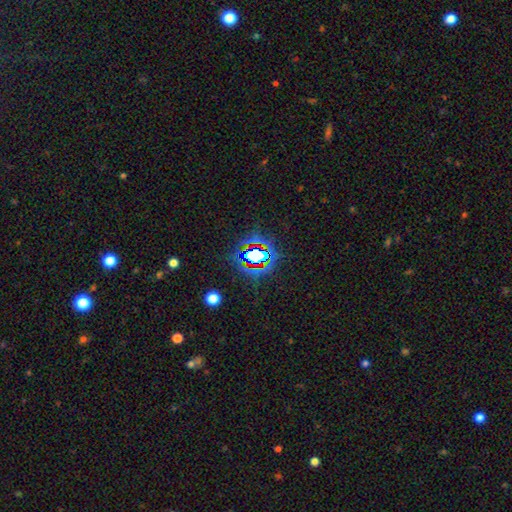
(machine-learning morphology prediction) Overall: star or artifact (70%).